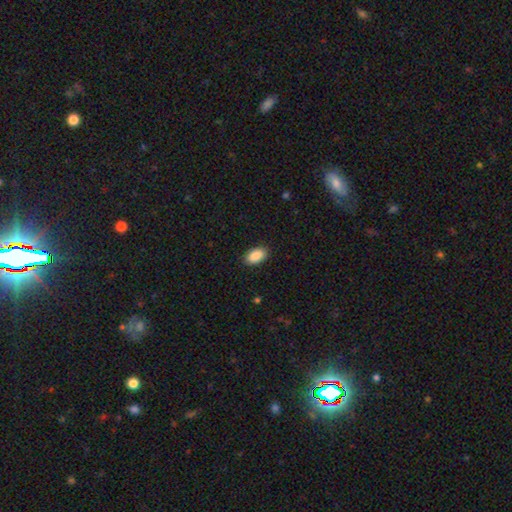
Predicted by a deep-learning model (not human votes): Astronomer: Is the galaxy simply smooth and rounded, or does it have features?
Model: smooth — 90%.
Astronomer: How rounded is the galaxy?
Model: in between — 94%.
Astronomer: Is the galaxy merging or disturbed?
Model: none — 89%.